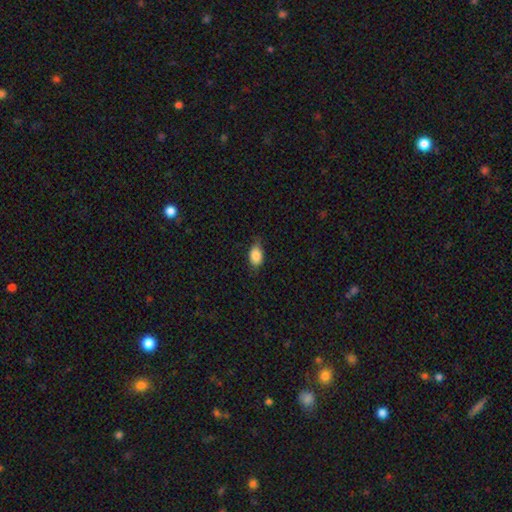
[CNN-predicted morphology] This is clearly a smooth galaxy (86%). How rounded: clearly in between (83%). Merging: likely none (66%).